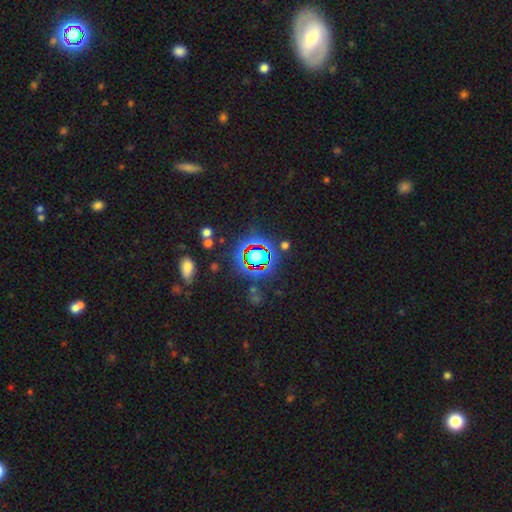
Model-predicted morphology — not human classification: A star or artifact, not a galaxy (63%).

Vote fractions:
- Smooth or featured? star or artifact: 63% / smooth: 25% / featured or disk: 12%